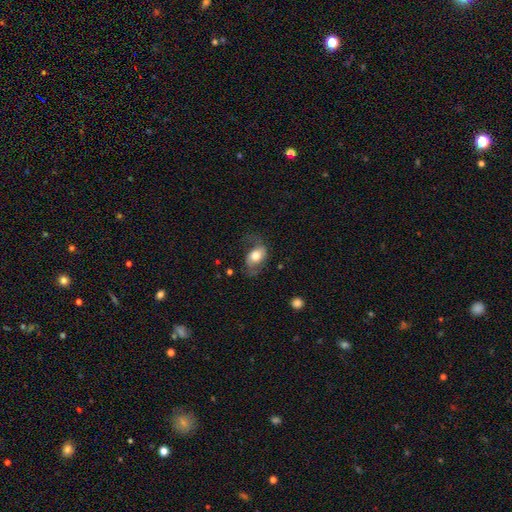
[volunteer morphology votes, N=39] Overall: smooth (62%; featured or disk 36%). How rounded: in between (92%). Merging: none (55%; major disturbance 29%).